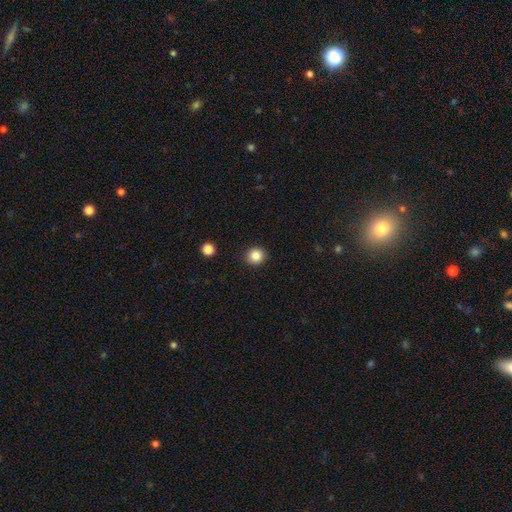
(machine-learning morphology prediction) Smooth or featured?
  - smooth: 85% *
  - star or artifact: 11%
  - featured or disk: 4%
How rounded?
  - round: 90% *
  - in between: 9%
  - cigar-shaped: 1%
Merging?
  - none: 91% *
  - minor disturbance: 6%
  - major disturbance: 2%
  - merger: 1%